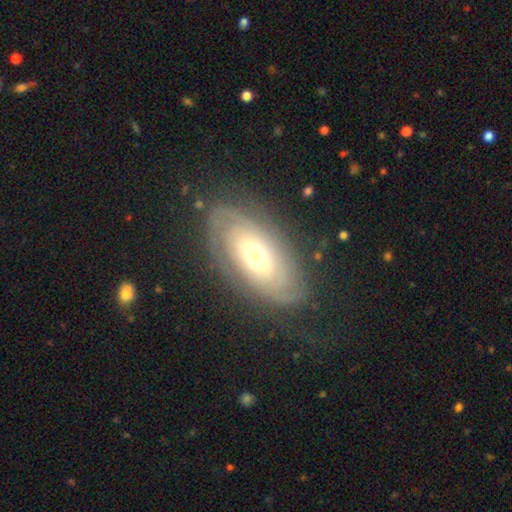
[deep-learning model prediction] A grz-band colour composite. It shows a featured or disk galaxy (75%) with no bar (74%), 2 (41%) tight (70%) spiral arms (85%) and a moderate central bulge (66%). Merging: none (77%).